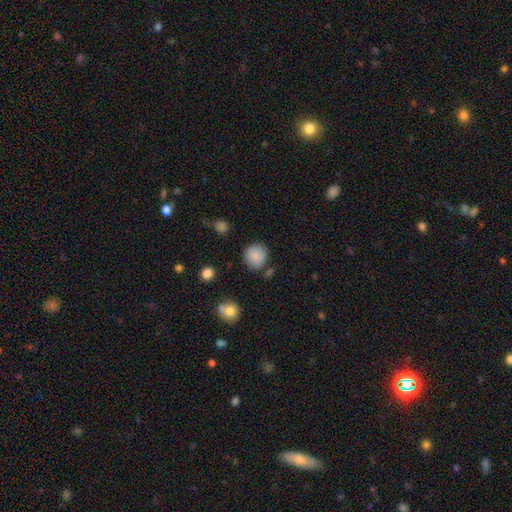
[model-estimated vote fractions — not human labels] This is clearly a smooth galaxy (85%). How rounded: clearly round (87%). Merging: likely none (79%).